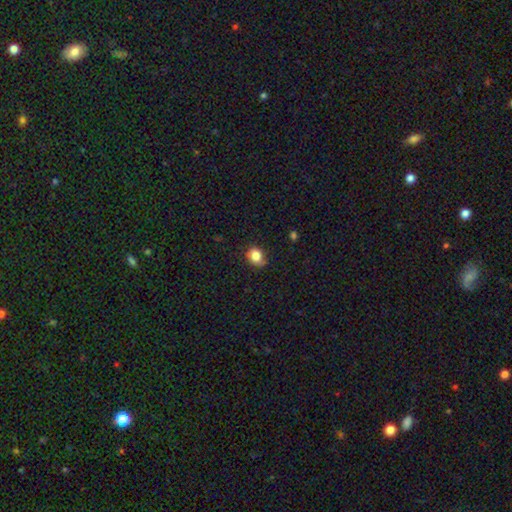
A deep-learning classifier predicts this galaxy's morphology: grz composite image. It shows a smooth galaxy with no disk features (83%) that is round (56%). Merging: none (74%).